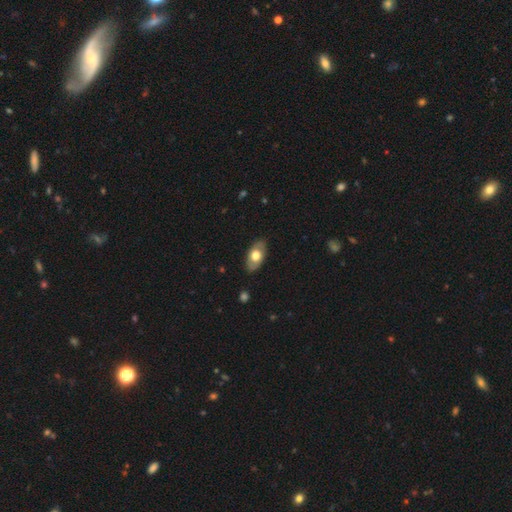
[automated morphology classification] Overall: smooth (60%; featured or disk 35%). How rounded: in between (91%). Merging: none (84%).